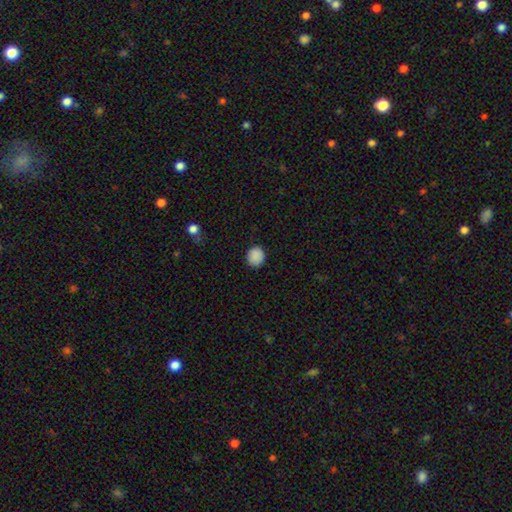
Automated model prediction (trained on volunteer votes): Smooth or featured?
  - smooth: 88% *
  - star or artifact: 9%
  - featured or disk: 3%
How rounded?
  - round: 83% *
  - in between: 16%
  - cigar-shaped: 1%
Merging?
  - none: 87% *
  - minor disturbance: 9%
  - major disturbance: 2%
  - merger: 1%